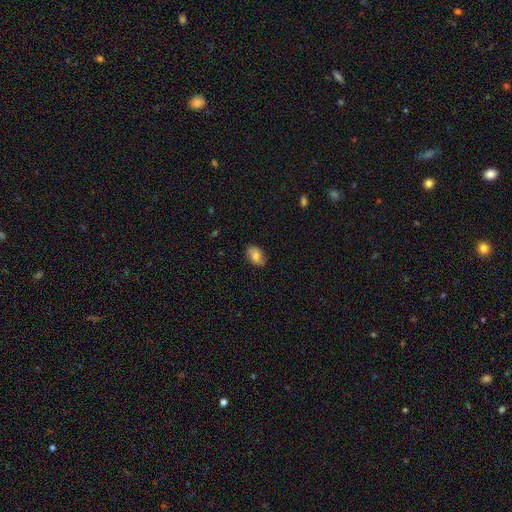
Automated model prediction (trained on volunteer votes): This is likely a smooth galaxy (71%). How rounded: clearly in between (85%). Merging: clearly none (82%).